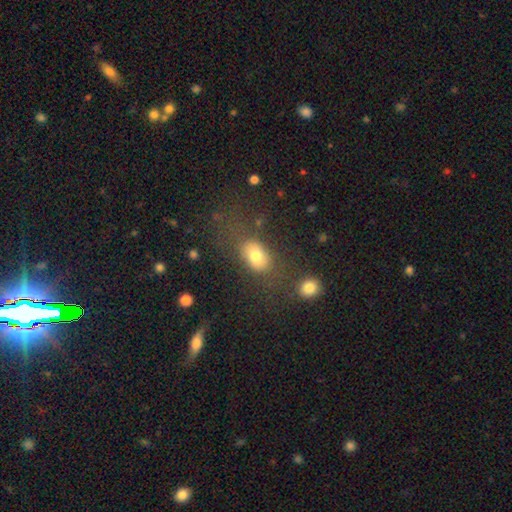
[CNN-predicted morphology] smooth_or_featured: smooth (p=0.75) [alt: featured or disk p=0.13]
how_rounded: in between (p=0.76) [alt: round p=0.23]
merging: none (p=0.65) [alt: minor disturbance p=0.15]